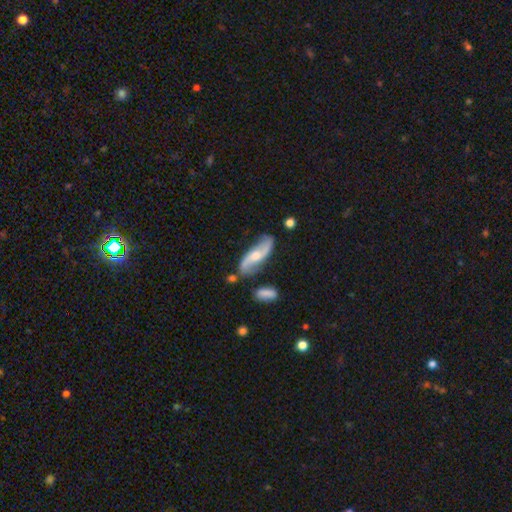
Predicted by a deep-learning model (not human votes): This appears to be a featured or disk galaxy (78%) with no bar (52%), 2 (92%) loose (75%) spiral arms (94%) and a moderate central bulge (58%). Merging: none (71%).